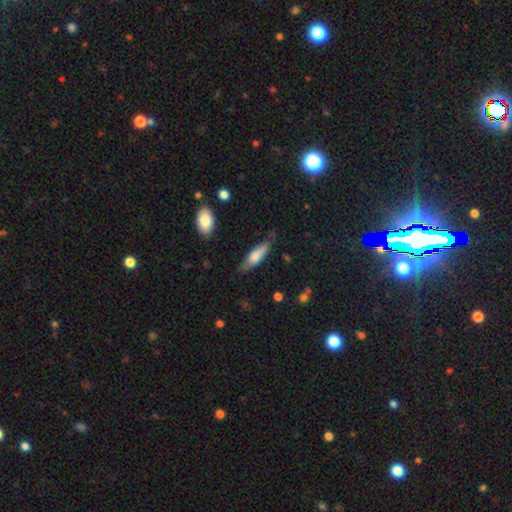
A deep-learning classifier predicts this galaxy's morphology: A smooth galaxy with no disk features (69%) that is cigar-shaped (55%).

Vote fractions:
- Smooth or featured? smooth: 69% / featured or disk: 25% / star or artifact: 6%
- How rounded? cigar-shaped: 55% / in between: 43% / round: 2%
- Merging? none: 72% / minor disturbance: 21% / major disturbance: 4% / merger: 2%